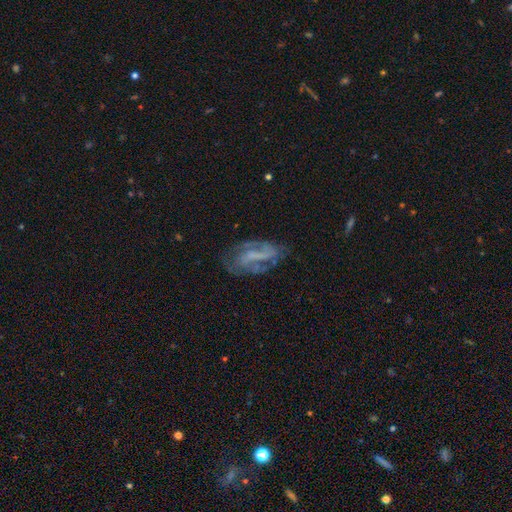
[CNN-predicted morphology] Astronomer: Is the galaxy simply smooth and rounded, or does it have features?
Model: featured or disk — 74%.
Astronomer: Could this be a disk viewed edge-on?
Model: no — 94%.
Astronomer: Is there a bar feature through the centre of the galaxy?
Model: weak — 39% (runner-up: strong, 34%).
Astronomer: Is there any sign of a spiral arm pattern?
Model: yes — 82%.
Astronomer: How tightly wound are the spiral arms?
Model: medium — 43% (runner-up: loose, 29%).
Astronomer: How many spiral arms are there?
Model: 2 — 65%.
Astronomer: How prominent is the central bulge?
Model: none — 54%.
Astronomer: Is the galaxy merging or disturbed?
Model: none — 62%.